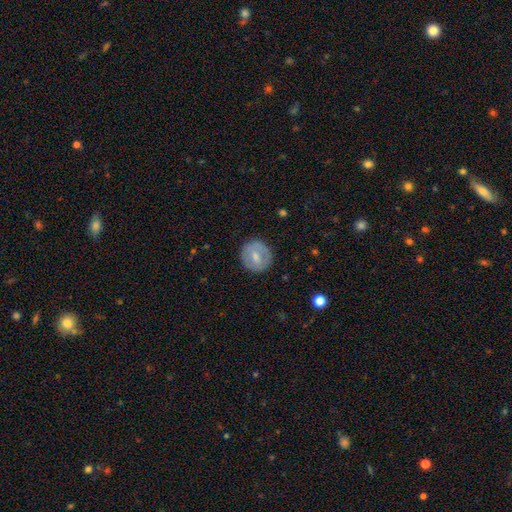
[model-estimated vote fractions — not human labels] A smooth galaxy with no disk features (57%) that is round (89%).

Vote fractions:
- Smooth or featured? smooth: 57% / featured or disk: 36% / star or artifact: 7%
- How rounded? round: 89% / in between: 10% / cigar-shaped: 1%
- Merging? none: 86% / minor disturbance: 9% / major disturbance: 3% / merger: 1%